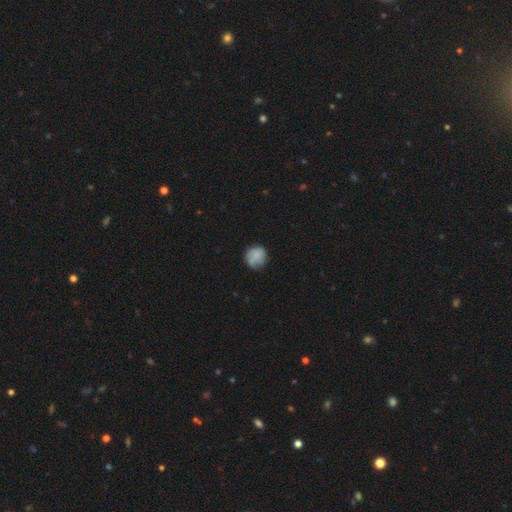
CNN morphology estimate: The model was most divided on "smooth or featured": smooth: 67%, featured or disk: 24%, star or artifact: 9%. More confident: how rounded — round (82%); merging — none (66%).